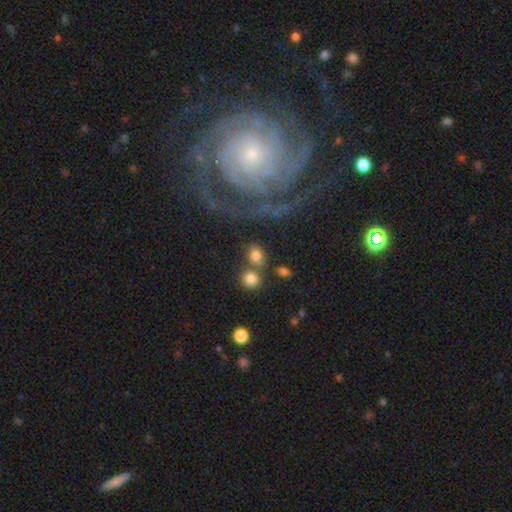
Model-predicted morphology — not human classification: This is likely a smooth galaxy (76%). How rounded: likely round (60%). Merging: possibly none (59%).